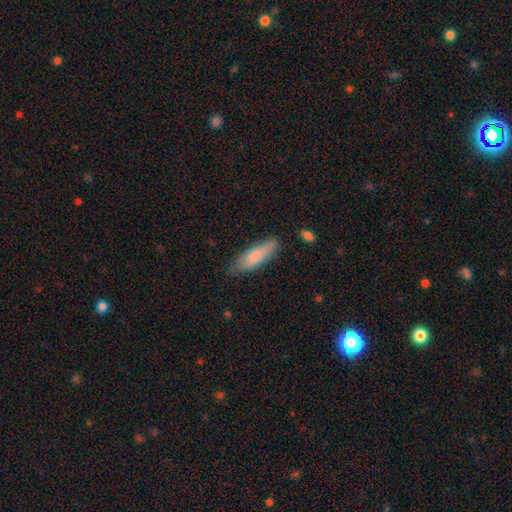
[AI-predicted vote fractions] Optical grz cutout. It shows a smooth galaxy with no disk features (77%) that is cigar-shaped (59%). Merging: none (76%).